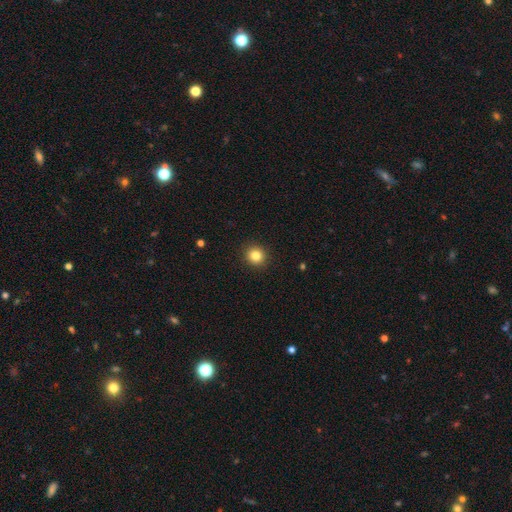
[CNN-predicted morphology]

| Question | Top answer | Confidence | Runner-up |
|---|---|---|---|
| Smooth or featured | smooth | 83% | star or artifact (11%) |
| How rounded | round | 91% | in between (8%) |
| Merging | none | 92% | minor disturbance (5%) |